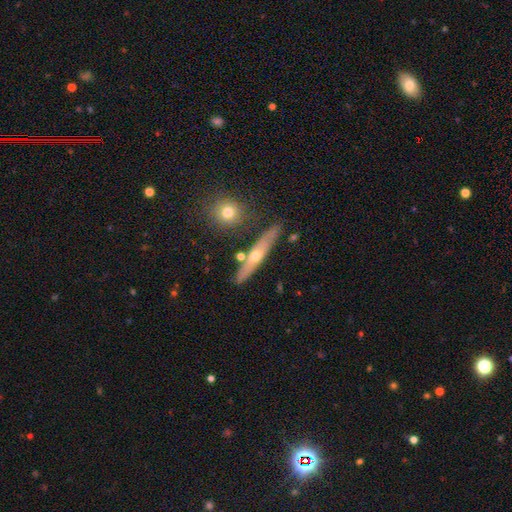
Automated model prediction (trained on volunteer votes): Overall: featured or disk (64%; smooth 29%). Edge-on disk: yes (84%). Edge-on bulge: rounded (82%). Merging: none (82%).